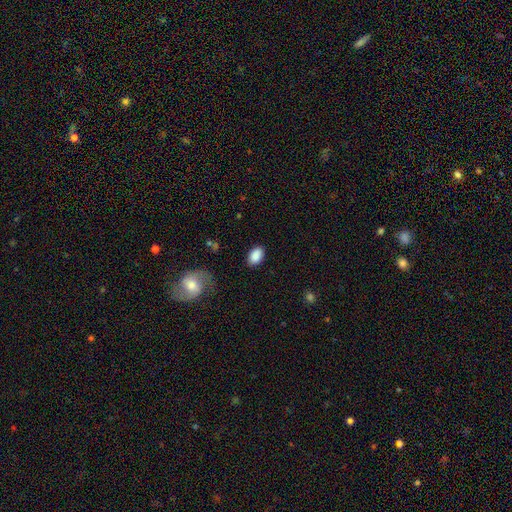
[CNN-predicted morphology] Smooth or featured? Predicted: smooth (p=0.88). How rounded? Predicted: in between (p=0.88). Merging? Predicted: none (p=0.84).